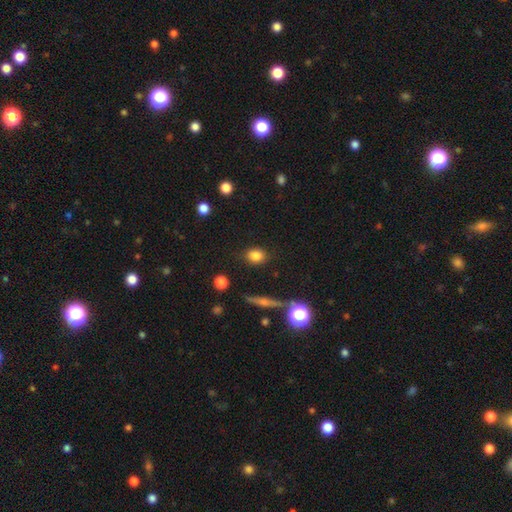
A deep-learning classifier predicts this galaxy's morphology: Smooth or featured: smooth — 81% (star or artifact — 11%)
How rounded: in between — 50% (round — 47%)
Merging: none — 85% (minor disturbance — 10%)